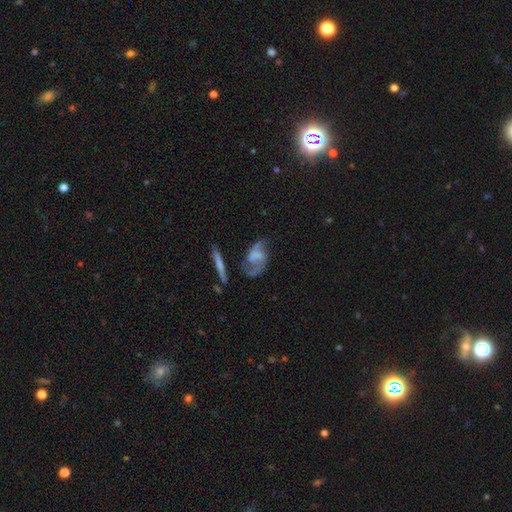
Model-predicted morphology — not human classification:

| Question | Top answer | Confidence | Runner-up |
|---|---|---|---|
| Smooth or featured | featured or disk | 71% | smooth (21%) |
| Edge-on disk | no | 94% | yes (6%) |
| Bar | no | 51% | weak (37%) |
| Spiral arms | yes | 86% | no (14%) |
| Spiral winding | loose | 48% | medium (38%) |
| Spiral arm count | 2 | 78% | 1 (12%) |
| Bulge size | none | 54% | small (18%) |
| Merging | none | 46% | minor disturbance (24%) |